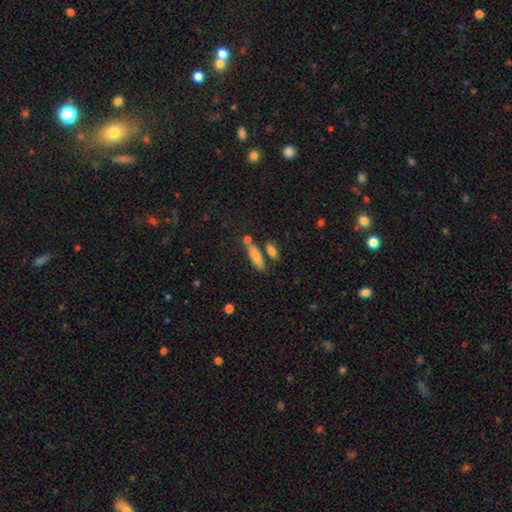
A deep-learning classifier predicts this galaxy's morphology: smooth 76%, featured or disk 16%, star or artifact 7%. Down the decision tree: how rounded — cigar-shaped (64%); merging — none (65%).